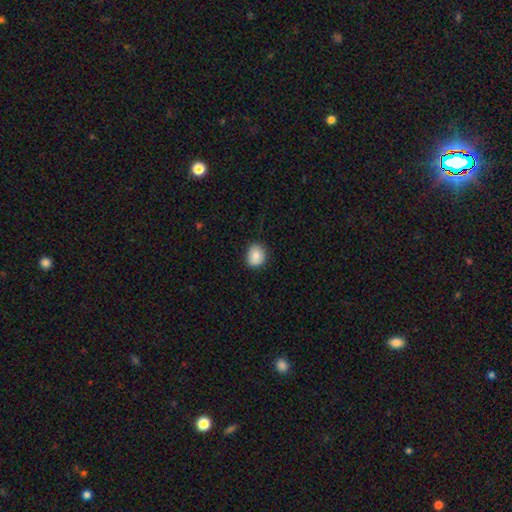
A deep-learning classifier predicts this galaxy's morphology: smooth 82%, featured or disk 9%, star or artifact 8%. Down the decision tree: how rounded — round (66%); merging — none (83%).